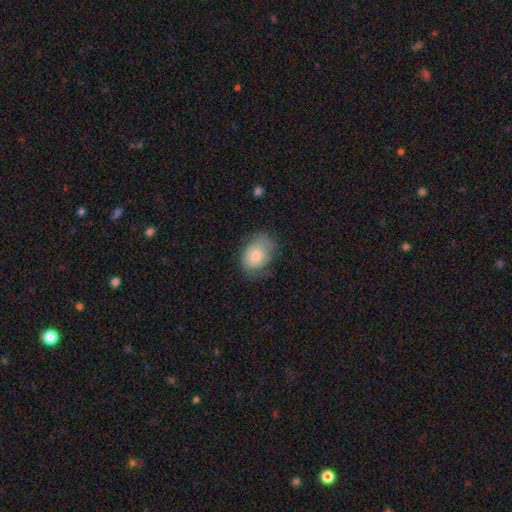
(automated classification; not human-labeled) A smooth galaxy with no disk features (57%) that is in between round and cigar-shaped (72%). Merging: none (54%).